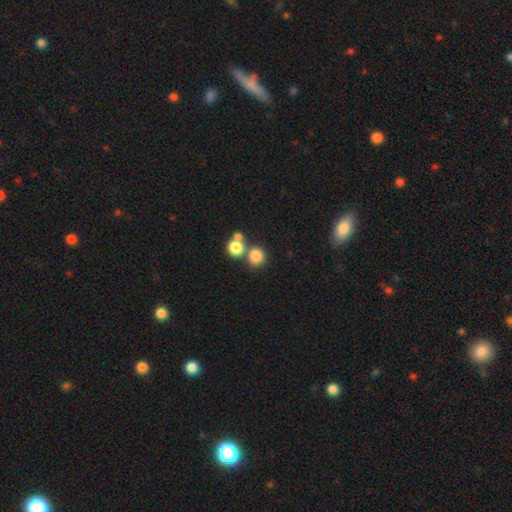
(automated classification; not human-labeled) Smooth or featured? Predicted: smooth (p=0.79). How rounded? Predicted: round (p=0.85). Merging? Predicted: none (p=0.57).